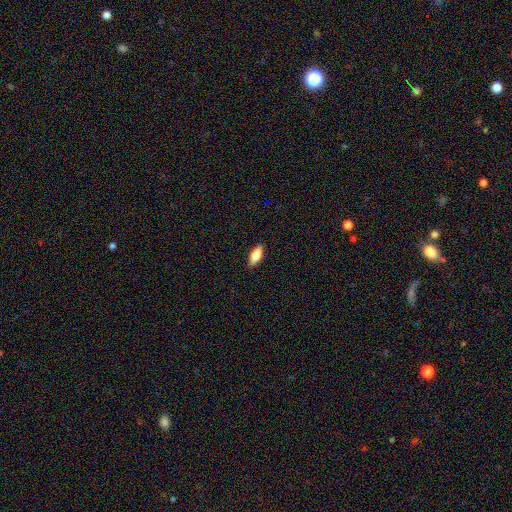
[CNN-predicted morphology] smooth 78%, featured or disk 16%, star or artifact 7%. Down the decision tree: how rounded — in between (78%); merging — none (87%).